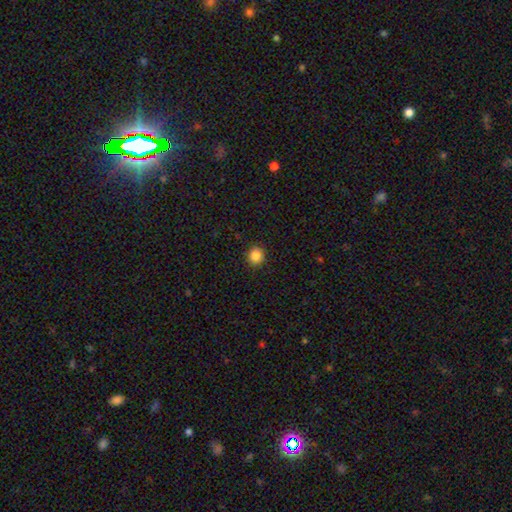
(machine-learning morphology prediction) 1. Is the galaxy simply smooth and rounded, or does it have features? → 86% smooth, 10% star or artifact, 4% featured or disk.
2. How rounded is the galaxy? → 87% round, 12% in between, 1% cigar-shaped.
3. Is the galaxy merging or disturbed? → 91% none, 6% minor disturbance, 2% major disturbance, 1% merger.